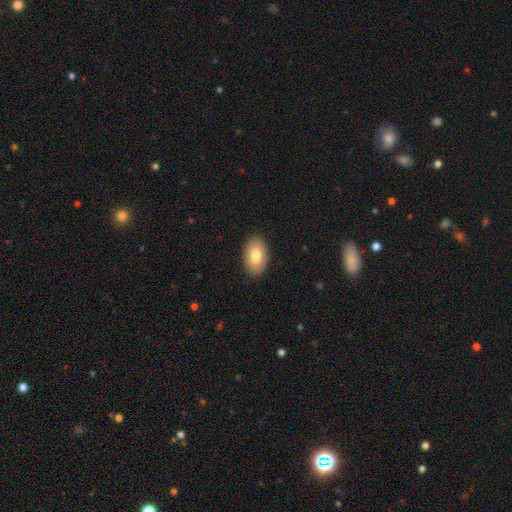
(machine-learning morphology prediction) Overall: smooth (78%). How rounded: in between (92%). Merging: none (89%).